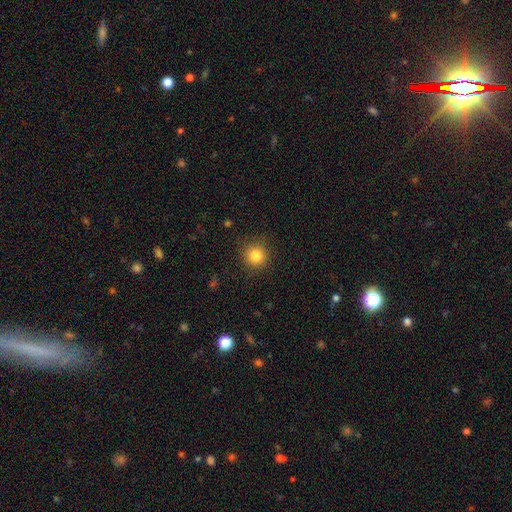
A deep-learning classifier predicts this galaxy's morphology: The model was most divided on "smooth or featured": smooth: 83%, star or artifact: 11%, featured or disk: 6%. More confident: how rounded — round (93%); merging — none (88%).